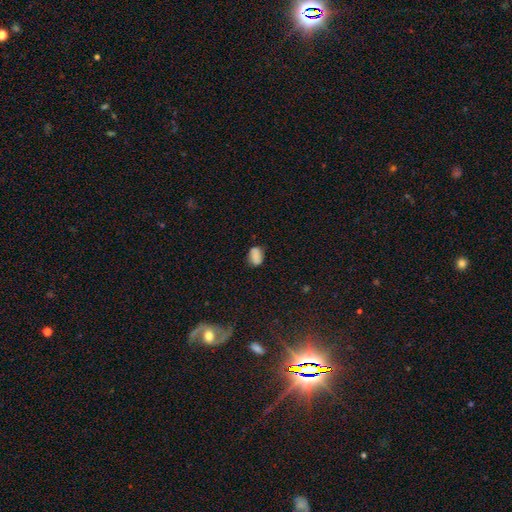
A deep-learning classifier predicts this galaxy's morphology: Overall: smooth (82%). How rounded: in between (82%). Merging: none (70%).